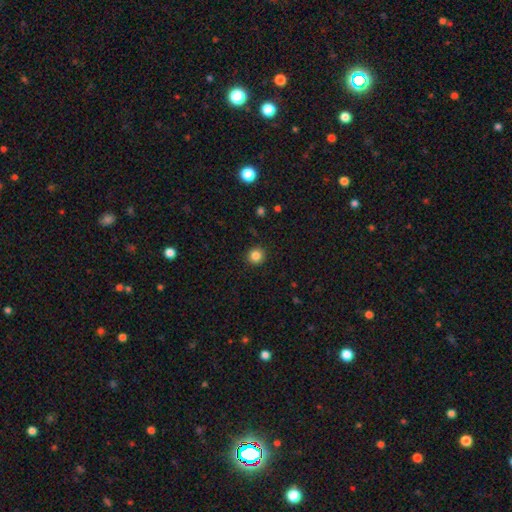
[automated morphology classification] type=smooth (84%); roundness=round (94%); merging=none (91%).